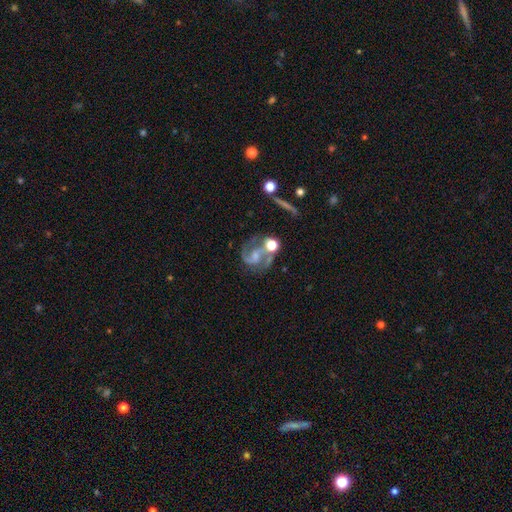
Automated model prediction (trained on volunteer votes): A featured or disk galaxy (80%) with no bar (42%), 2 (87%) medium (54%) spiral arms (94%) and a small central bulge (43%). Merging: none (47%).